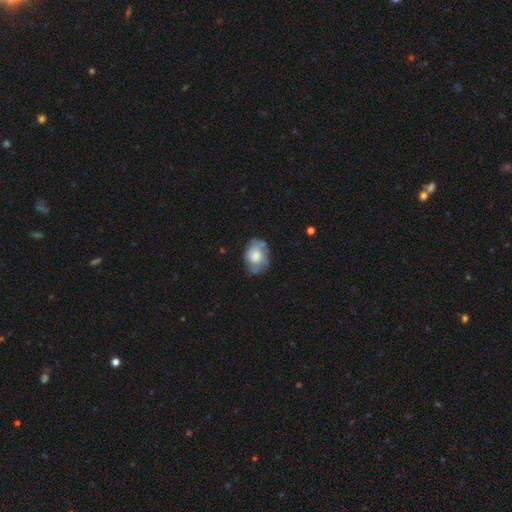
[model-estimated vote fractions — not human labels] Morphology: type=smooth (61%); roundness=in between (70%); merging=none (61%).